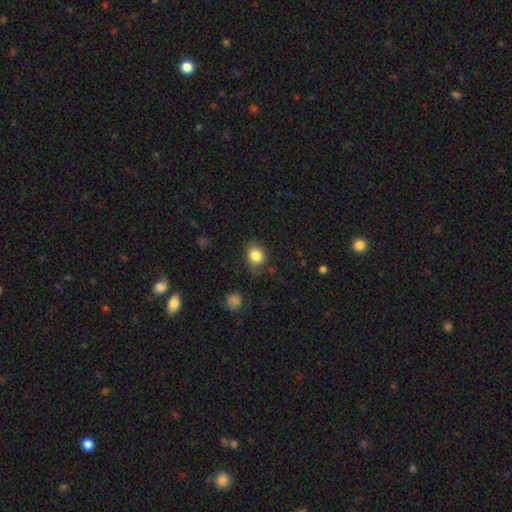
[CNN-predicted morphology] Overall: smooth (84%). How rounded: round (67%; in between 32%). Merging: none (74%).